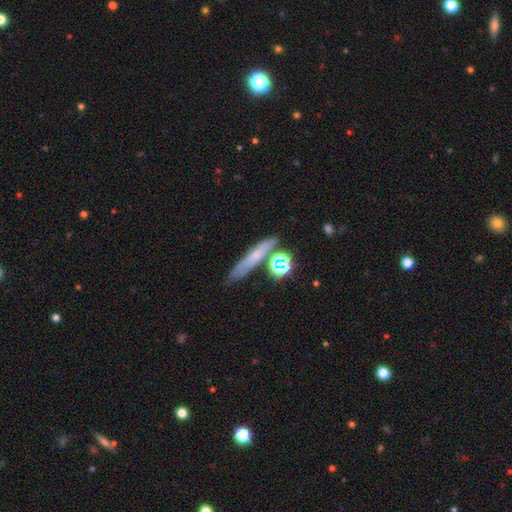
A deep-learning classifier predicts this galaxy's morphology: The model was most divided on "smooth or featured": smooth: 48%, featured or disk: 32%, star or artifact: 20%. More confident: merging — none (70%).